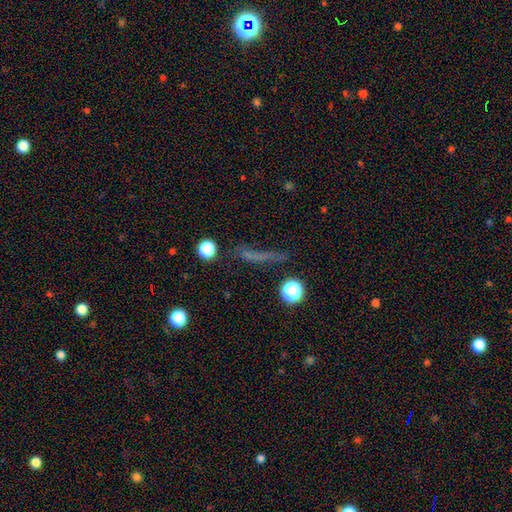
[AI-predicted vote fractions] Q: Smooth or featured?
A: smooth (45%); runner-up: star or artifact (29%)
Q: Merging?
A: none (63%); runner-up: minor disturbance (17%)